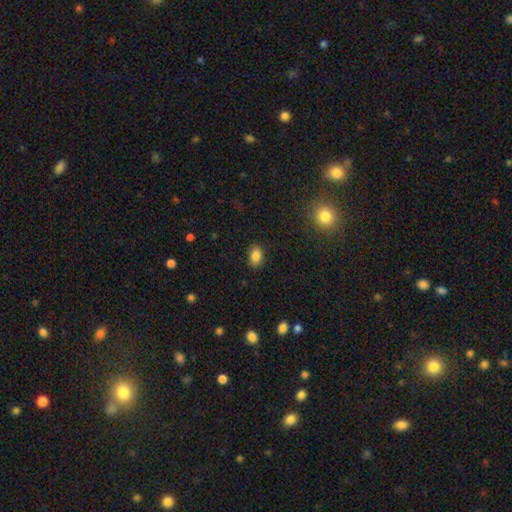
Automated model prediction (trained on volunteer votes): Q: Smooth or featured?
A: smooth (85%); runner-up: star or artifact (9%)
Q: How rounded?
A: in between (83%); runner-up: round (16%)
Q: Merging?
A: none (87%); runner-up: minor disturbance (10%)